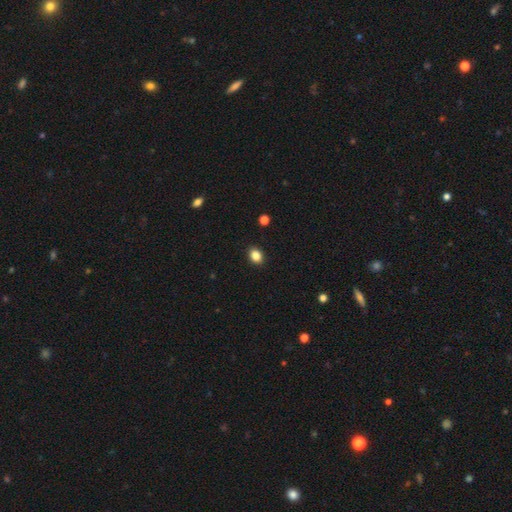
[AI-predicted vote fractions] smooth_or_featured: smooth (p=0.86) [alt: star or artifact p=0.10]
how_rounded: in between (p=0.61) [alt: round p=0.38]
merging: none (p=0.91) [alt: minor disturbance p=0.07]